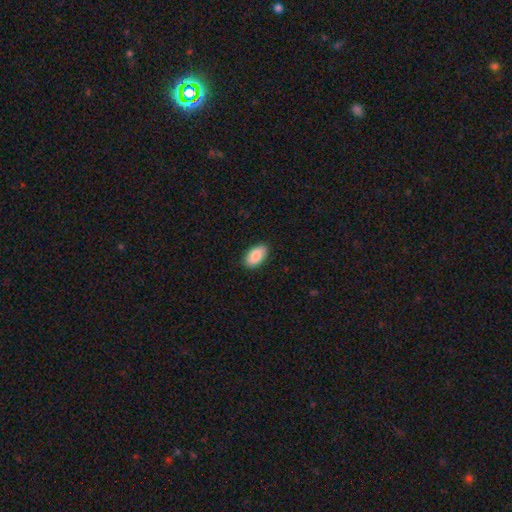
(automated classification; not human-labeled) smooth_or_featured: smooth (p=0.89) [alt: star or artifact p=0.06]
how_rounded: in between (p=0.95) [alt: round p=0.03]
merging: none (p=0.89) [alt: minor disturbance p=0.08]